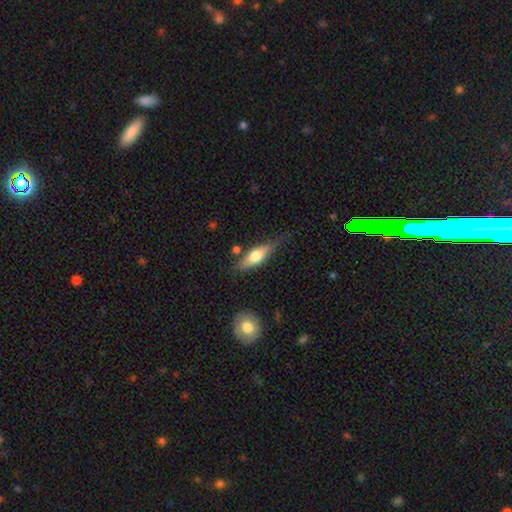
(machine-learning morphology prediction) Smooth or featured: smooth — 52% (featured or disk — 42%)
How rounded: cigar-shaped — 49% (in between — 48%)
Merging: none — 66% (minor disturbance — 23%)